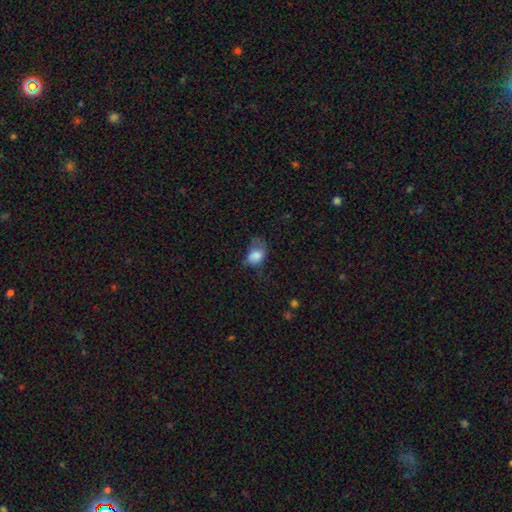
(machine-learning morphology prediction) Smooth or featured?
  - smooth: 78% *
  - featured or disk: 13%
  - star or artifact: 9%
How rounded?
  - in between: 79% *
  - round: 20%
  - cigar-shaped: 1%
Merging?
  - major disturbance: 40% *
  - minor disturbance: 32%
  - none: 25%
  - merger: 3%